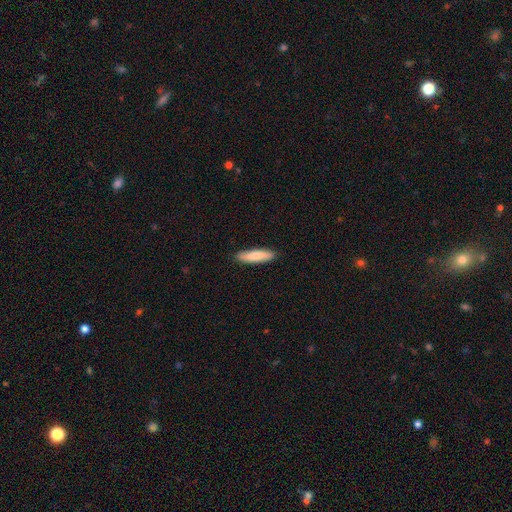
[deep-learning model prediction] The model was most divided on "how rounded": cigar-shaped: 74%, in between: 25%, round: 1%. More confident: merging — none (90%); smooth or featured — smooth (80%).